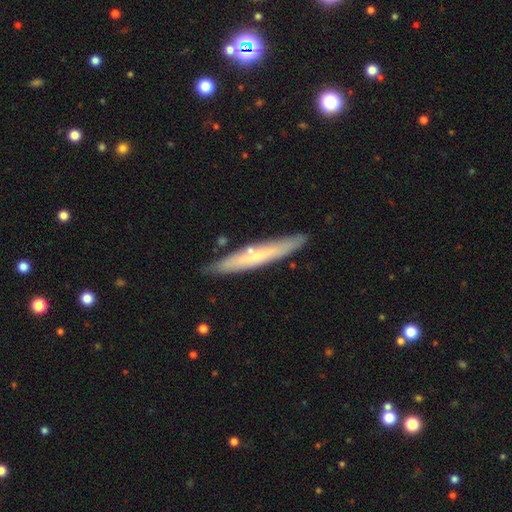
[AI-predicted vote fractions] A featured or disk galaxy (49%).

Vote fractions:
- Smooth or featured? featured or disk: 49% / smooth: 44% / star or artifact: 7%
- Merging? none: 84% / minor disturbance: 12% / merger: 3% / major disturbance: 2%